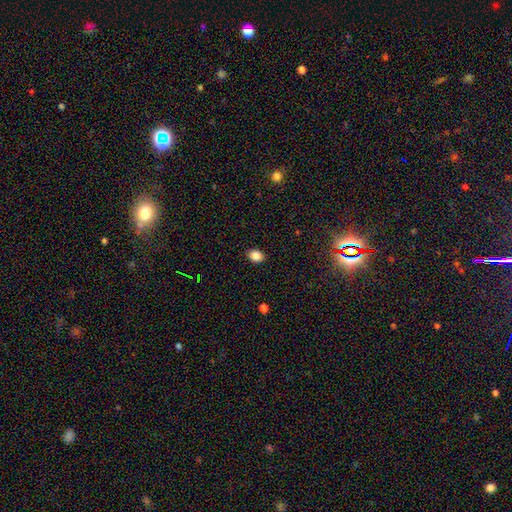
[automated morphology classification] A smooth galaxy with no disk features (86%) that is in between round and cigar-shaped (69%). Merging: none (89%).